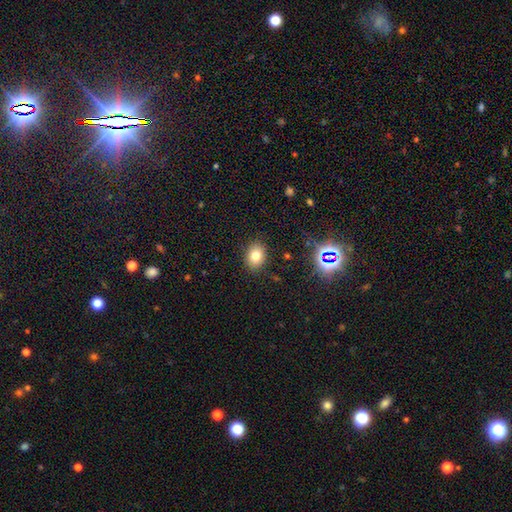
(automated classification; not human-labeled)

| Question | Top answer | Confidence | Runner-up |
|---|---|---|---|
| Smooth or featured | smooth | 77% | star or artifact (14%) |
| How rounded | in between | 59% | round (40%) |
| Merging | none | 88% | minor disturbance (9%) |